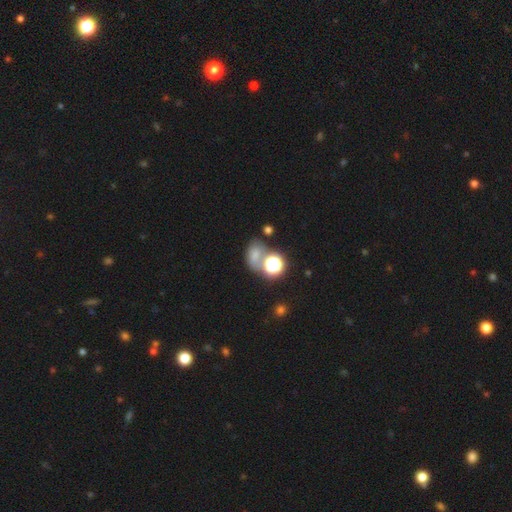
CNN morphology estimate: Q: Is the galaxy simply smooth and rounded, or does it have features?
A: smooth — 56%.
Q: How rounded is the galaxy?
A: in between — 62%.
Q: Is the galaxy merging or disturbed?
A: none — 44%.